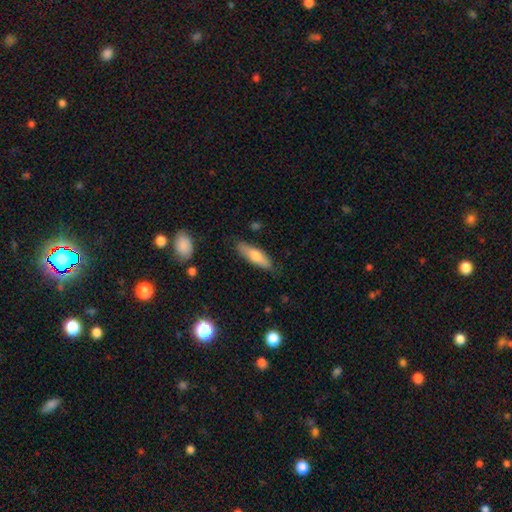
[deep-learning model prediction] Smooth or featured?
  - smooth: 67% *
  - featured or disk: 27%
  - star or artifact: 6%
How rounded?
  - cigar-shaped: 55% *
  - in between: 43%
  - round: 2%
Merging?
  - none: 82% *
  - minor disturbance: 14%
  - major disturbance: 3%
  - merger: 2%